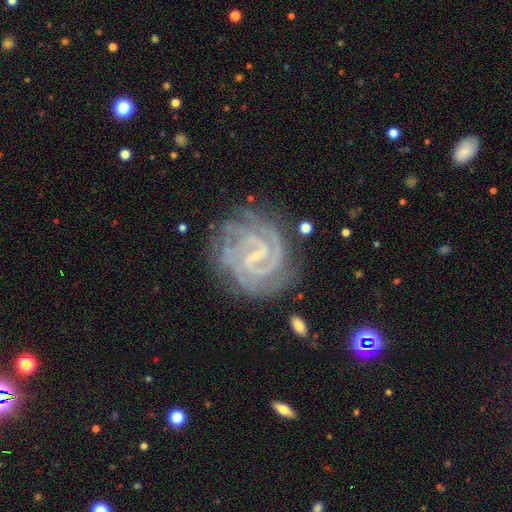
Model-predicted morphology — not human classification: type=featured or disk (92%); edge-on=no (98%); bar=weak (47%); spiral arms=yes (99%); winding=tight (73%); arm count=2 (61%); bulge=small (71%); merging=none (77%).